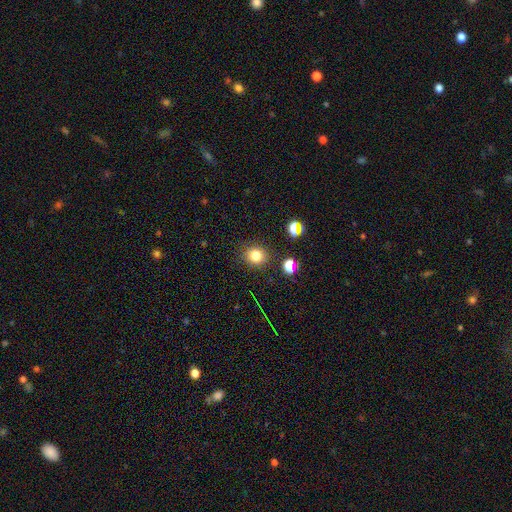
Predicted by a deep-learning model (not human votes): Smooth or featured: smooth — 78% (star or artifact — 15%)
How rounded: round — 74% (in between — 25%)
Merging: none — 86% (minor disturbance — 8%)